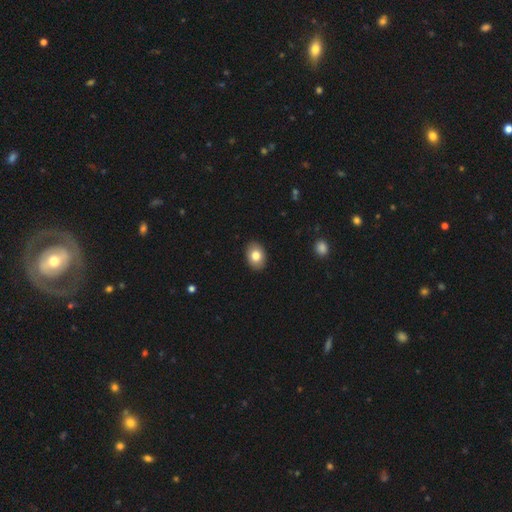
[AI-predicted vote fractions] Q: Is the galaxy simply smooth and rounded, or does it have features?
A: smooth — 81%.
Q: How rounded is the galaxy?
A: in between — 74%.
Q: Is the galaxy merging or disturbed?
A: none — 90%.